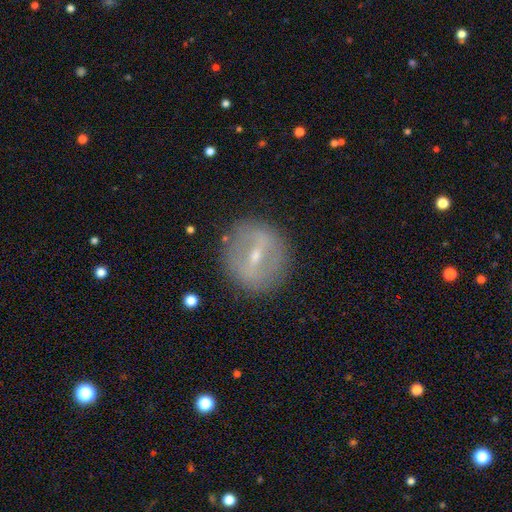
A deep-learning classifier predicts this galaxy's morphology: smooth_or_featured: featured or disk (p=0.68) [alt: smooth p=0.24]
disk_edge_on: no (p=0.85) [alt: yes p=0.15]
bar: strong (p=0.59) [alt: weak p=0.31]
has_spiral_arms: no (p=0.77) [alt: yes p=0.23]
bulge_size: small (p=0.63) [alt: moderate p=0.33]
merging: none (p=0.84) [alt: minor disturbance p=0.10]